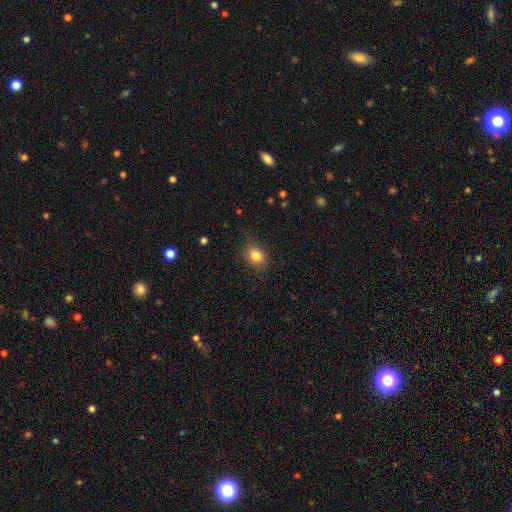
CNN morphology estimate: A smooth galaxy with no disk features (83%) that is in between round and cigar-shaped (53%).

Vote fractions:
- Smooth or featured? smooth: 83% / star or artifact: 10% / featured or disk: 6%
- How rounded? in between: 53% / round: 46% / cigar-shaped: 1%
- Merging? none: 83% / minor disturbance: 13% / major disturbance: 3% / merger: 1%